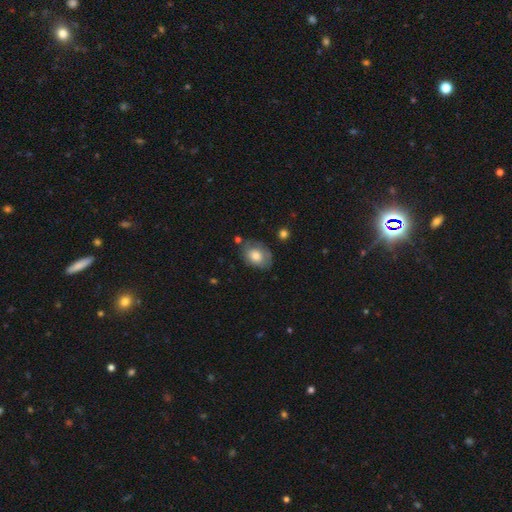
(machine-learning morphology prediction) Smooth or featured? smooth (71%)
How rounded? in between (75%)
Merging? none (65%)